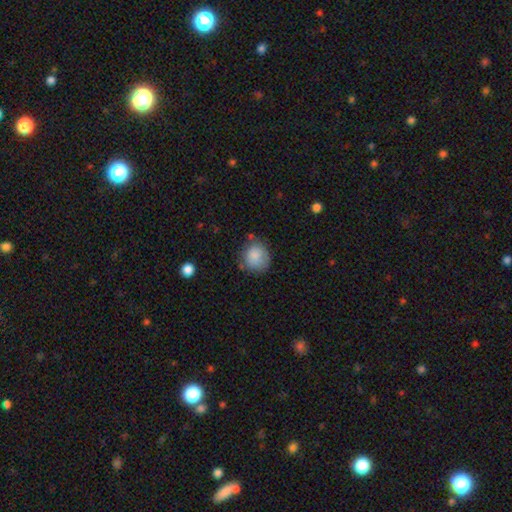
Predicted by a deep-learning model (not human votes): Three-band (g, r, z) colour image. It shows a smooth galaxy with no disk features (85%) that is round (81%). Merging: none (67%).